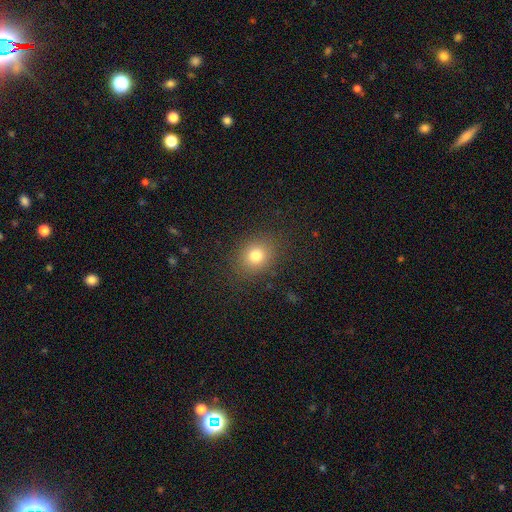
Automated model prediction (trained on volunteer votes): Overall: smooth (77%). How rounded: round (66%; in between 33%). Merging: none (86%).